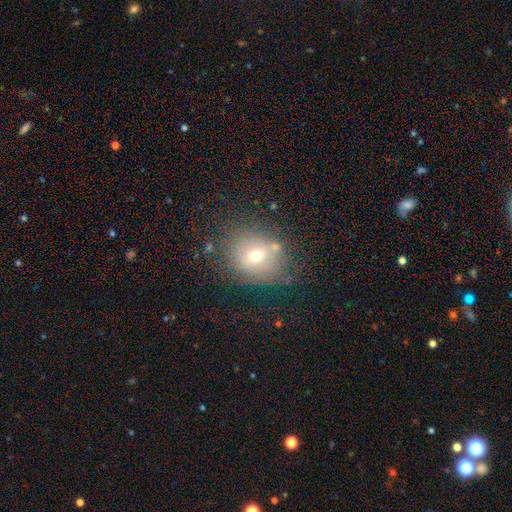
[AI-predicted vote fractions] smooth 59%, featured or disk 26%, star or artifact 16%. Down the decision tree: how rounded — round (69%); merging — none (69%).